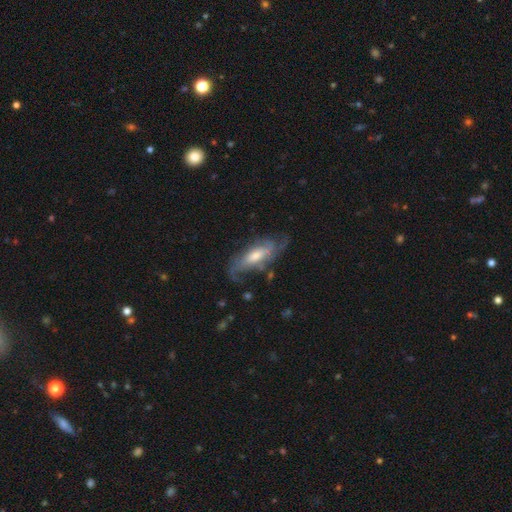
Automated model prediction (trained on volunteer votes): smooth-or-featured: featured or disk: 75% | smooth: 19% | star or artifact: 6%
  disk-edge-on: no: 83% | yes: 17%
    bar: no: 50% | weak: 37% | strong: 13%
    has-spiral-arms: yes: 89% | no: 11%
      spiral-winding: medium: 42% | tight: 30% | loose: 28%
      spiral-arm-count: 2: 42% | can't tell: 33% | 3: 12% | 1: 5% | 4: 5% | more than 4: 3%
    bulge-size: moderate: 58% | small: 20% | large: 17% | none: 4% | dominant: 2%
  merging: none: 60% | minor disturbance: 22% | major disturbance: 15% | merger: 3%